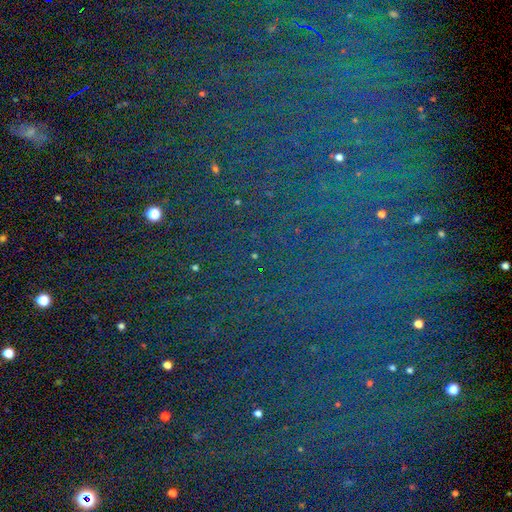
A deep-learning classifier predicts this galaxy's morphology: smooth_or_featured: star or artifact (p=0.83) [alt: smooth p=0.09]